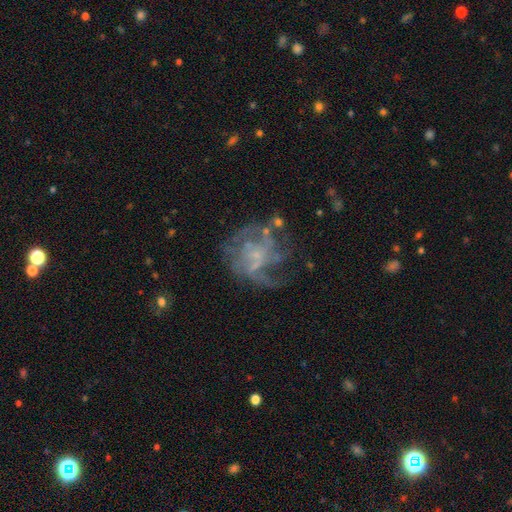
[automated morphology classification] A featured or disk galaxy (72%) with no bar (75%), spiral arms (61%) and a small central bulge (51%). Merging: none (42%).